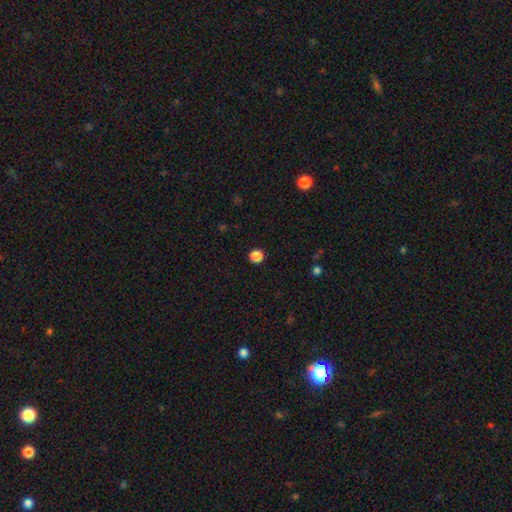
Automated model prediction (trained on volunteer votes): This appears to be a smooth galaxy with no disk features (85%) that is round (93%). Merging: none (93%).